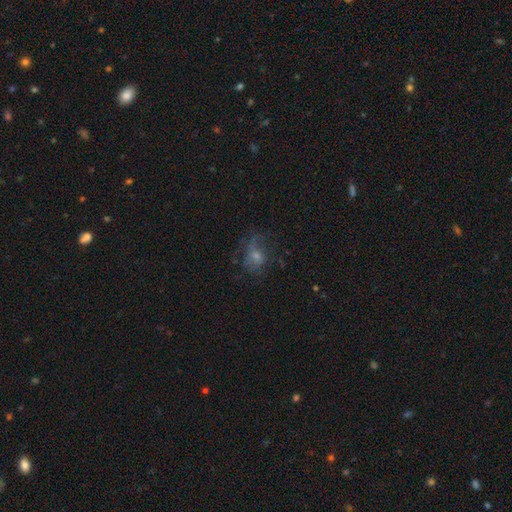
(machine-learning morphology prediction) Smooth or featured?
  - smooth: 44% *
  - featured or disk: 39%
  - star or artifact: 17%
Merging?
  - none: 42% *
  - major disturbance: 33%
  - minor disturbance: 23%
  - merger: 2%